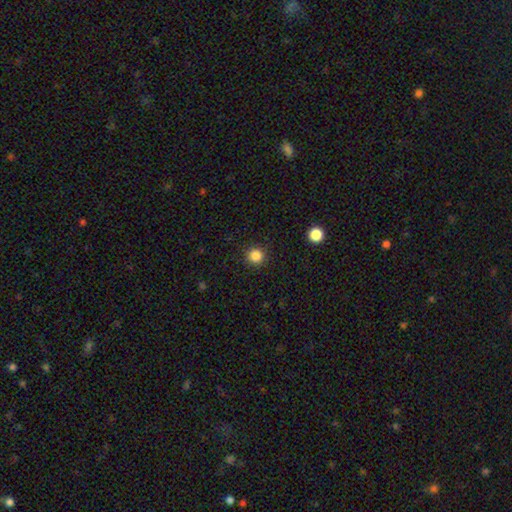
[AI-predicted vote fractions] Smooth or featured? smooth (84%)
How rounded? round (94%)
Merging? none (91%)